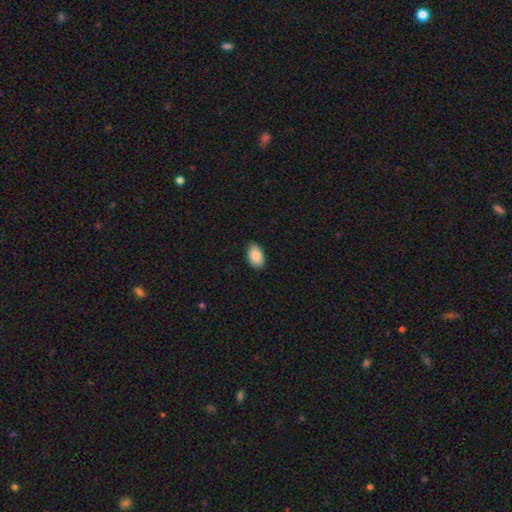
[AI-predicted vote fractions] Smooth or featured: smooth — 88% (star or artifact — 7%)
How rounded: in between — 92% (round — 7%)
Merging: none — 86% (minor disturbance — 11%)